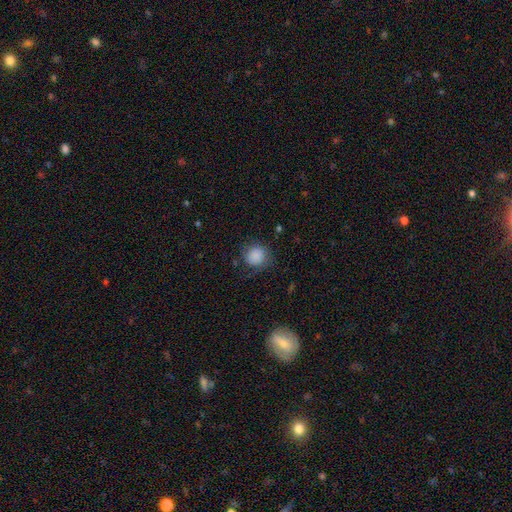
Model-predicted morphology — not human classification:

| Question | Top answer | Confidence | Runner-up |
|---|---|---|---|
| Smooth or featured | smooth | 85% | star or artifact (8%) |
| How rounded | round | 89% | in between (10%) |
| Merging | none | 74% | minor disturbance (16%) |